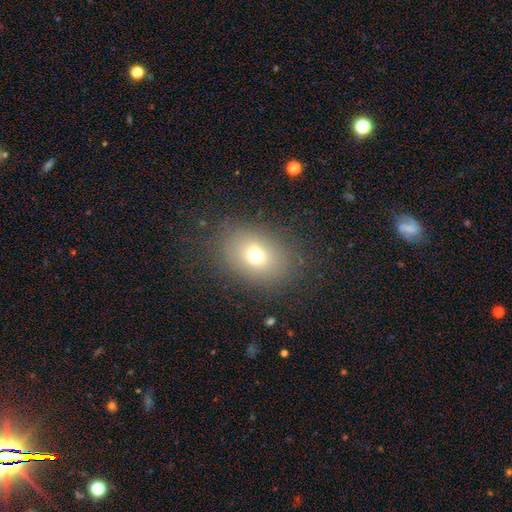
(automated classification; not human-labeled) smooth-or-featured: smooth: 69% | star or artifact: 16% | featured or disk: 15%
  how-rounded: in between: 63% | round: 35% | cigar-shaped: 1%
  merging: none: 81% | minor disturbance: 12% | major disturbance: 6% | merger: 1%